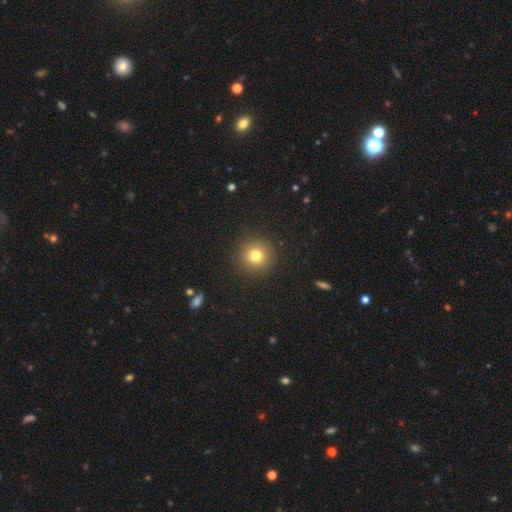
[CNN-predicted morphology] A smooth galaxy with no disk features (78%) that is round (95%). Merging: none (91%).